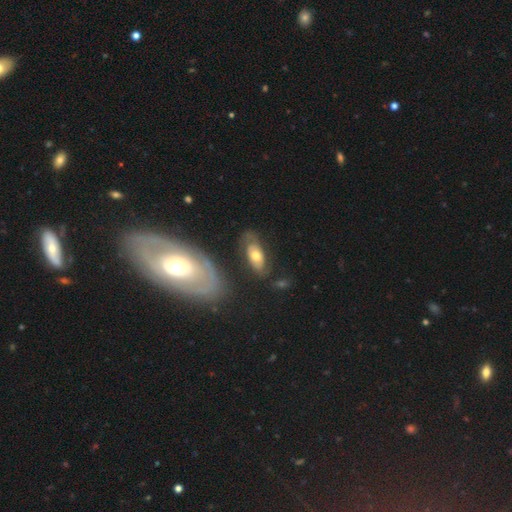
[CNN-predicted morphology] Smooth or featured: featured or disk — 51% (smooth — 43%)
Edge-on disk: no — 86% (yes — 14%)
Merging: none — 66% (minor disturbance — 19%)